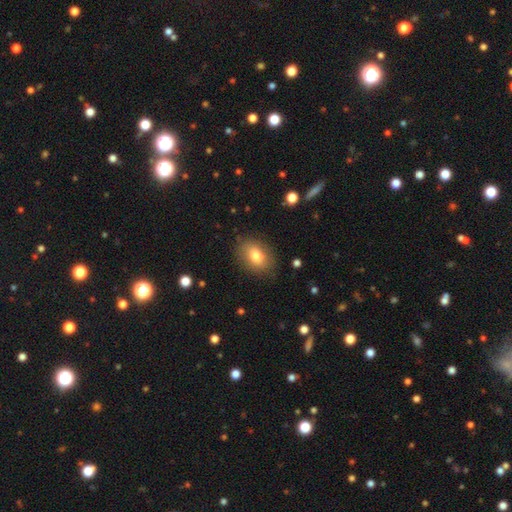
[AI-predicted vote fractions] This is likely a smooth galaxy (80%). How rounded: likely in between (77%). Merging: clearly none (83%).